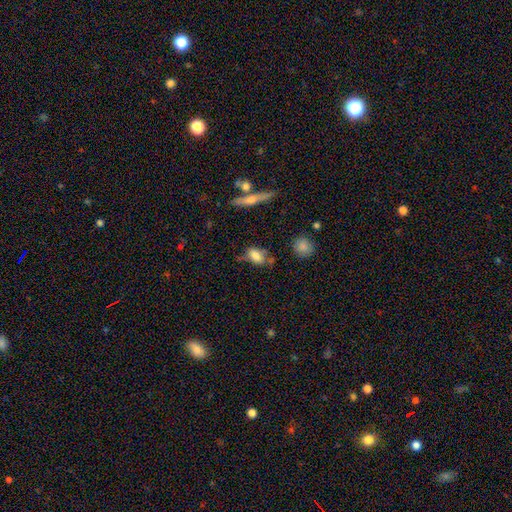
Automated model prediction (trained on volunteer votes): Overall: smooth (78%). How rounded: in between (85%). Merging: none (54%; minor disturbance 28%).